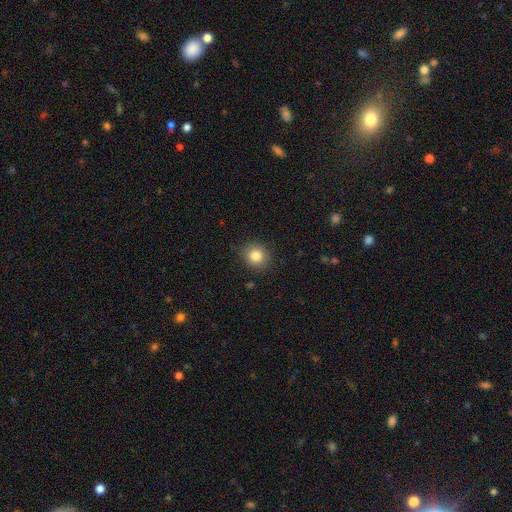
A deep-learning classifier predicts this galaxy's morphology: The model was most divided on "smooth or featured": smooth: 83%, star or artifact: 11%, featured or disk: 6%. More confident: merging — none (89%); how rounded — round (86%).